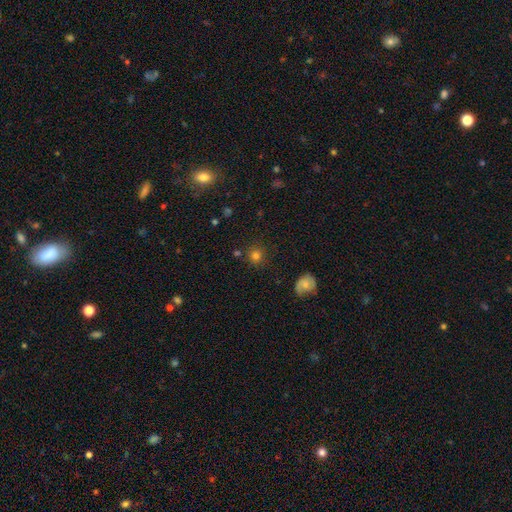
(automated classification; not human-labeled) This is likely a smooth galaxy (78%). How rounded: clearly round (90%). Merging: clearly none (83%).